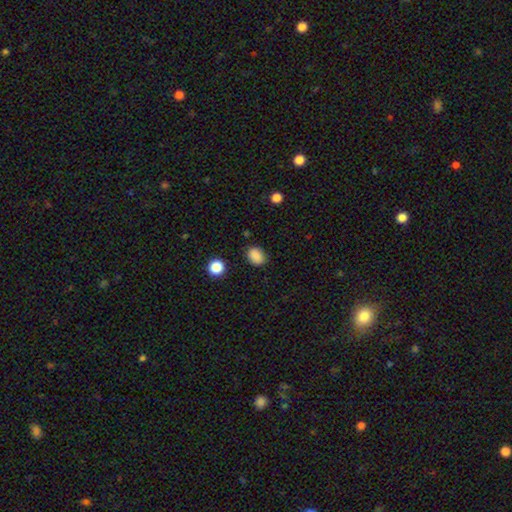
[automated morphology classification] Smooth or featured? Predicted: smooth (p=0.87). How rounded? Predicted: in between (p=0.61). Merging? Predicted: none (p=0.83).